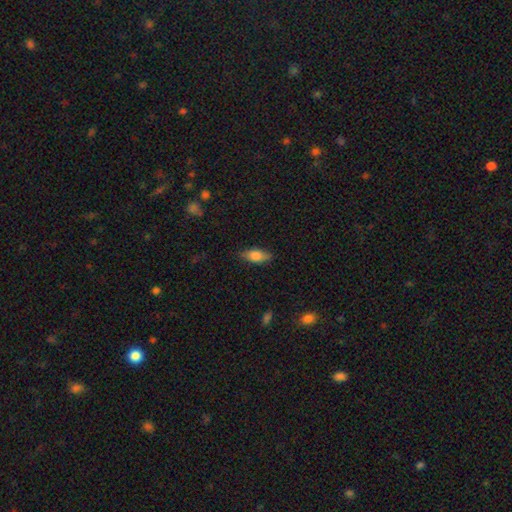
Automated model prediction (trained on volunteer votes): Smooth or featured: smooth — 78% (featured or disk — 15%)
How rounded: in between — 78% (cigar-shaped — 18%)
Merging: none — 81% (minor disturbance — 15%)